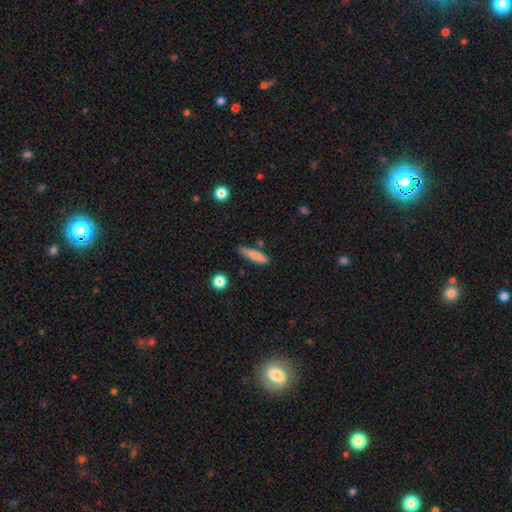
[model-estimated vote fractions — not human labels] A smooth galaxy with no disk features (79%) that is cigar-shaped (82%). Merging: none (73%).